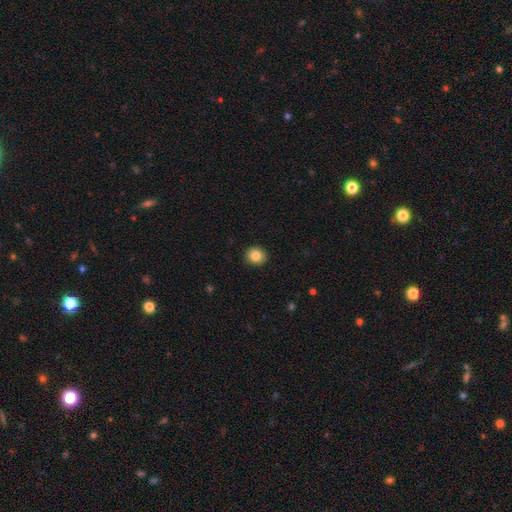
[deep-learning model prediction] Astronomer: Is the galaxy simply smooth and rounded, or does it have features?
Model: smooth — 84%.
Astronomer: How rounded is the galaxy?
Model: round — 84%.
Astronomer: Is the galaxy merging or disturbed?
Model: none — 92%.